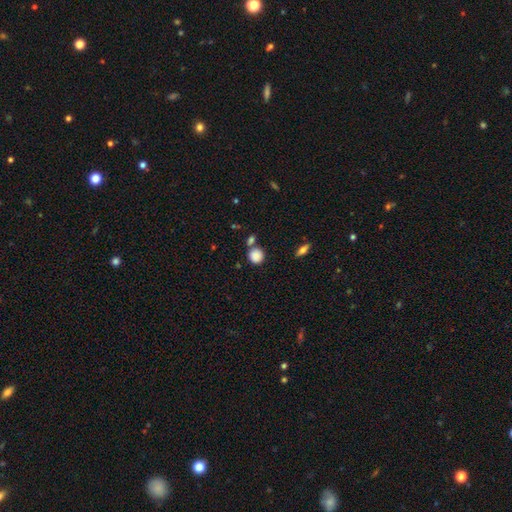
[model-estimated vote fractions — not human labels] Overall: smooth (86%). How rounded: round (88%). Merging: none (68%).